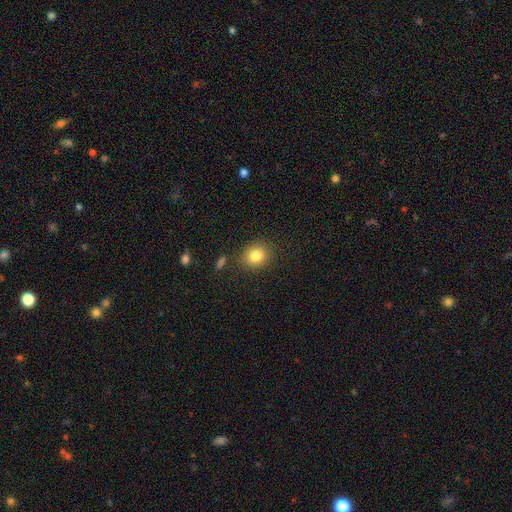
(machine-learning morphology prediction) Smooth or featured? smooth (83%)
How rounded? round (68%)
Merging? none (85%)